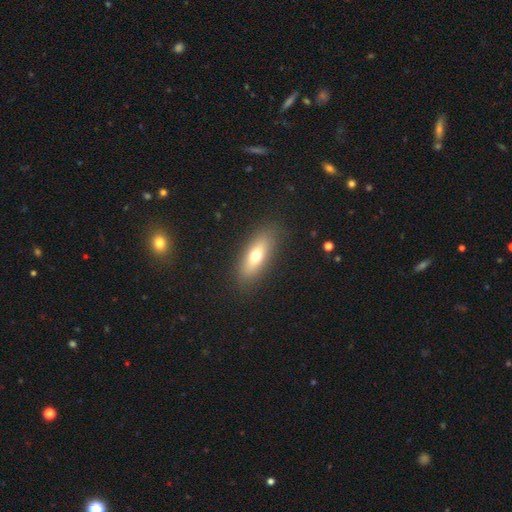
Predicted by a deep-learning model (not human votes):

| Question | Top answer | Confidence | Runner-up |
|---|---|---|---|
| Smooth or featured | smooth | 65% | featured or disk (26%) |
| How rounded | in between | 62% | cigar-shaped (34%) |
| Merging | none | 86% | minor disturbance (9%) |